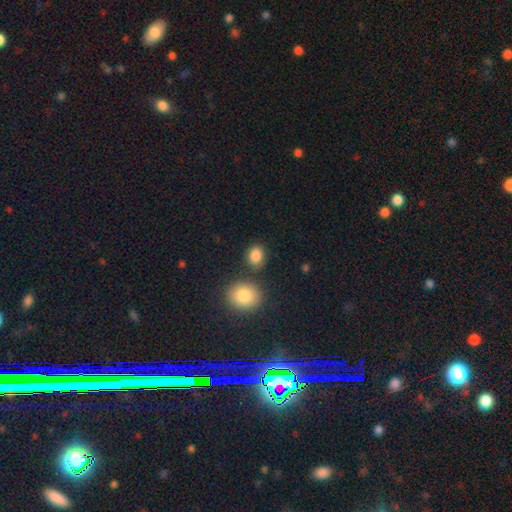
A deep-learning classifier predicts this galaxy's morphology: Q: Smooth or featured?
A: smooth (86%); runner-up: star or artifact (10%)
Q: How rounded?
A: round (56%); runner-up: in between (43%)
Q: Merging?
A: none (78%); runner-up: minor disturbance (10%)